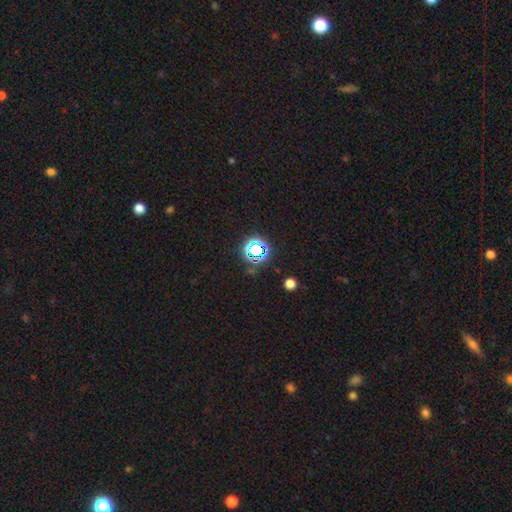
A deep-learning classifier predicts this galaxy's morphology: The model was most divided on "smooth or featured": star or artifact: 75%, smooth: 18%, featured or disk: 6%.